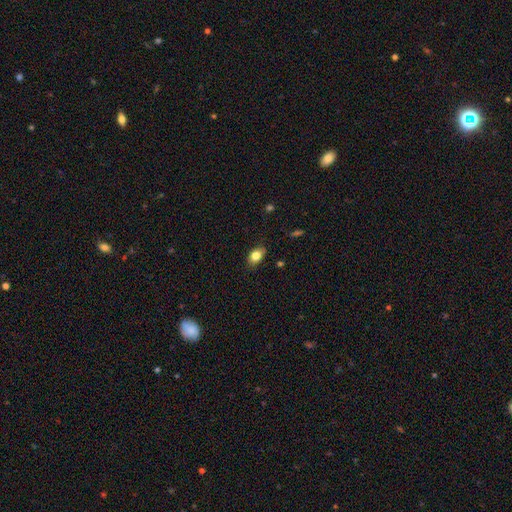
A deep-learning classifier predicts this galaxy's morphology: This is clearly a smooth galaxy (83%). How rounded: clearly in between (84%). Merging: clearly none (82%).